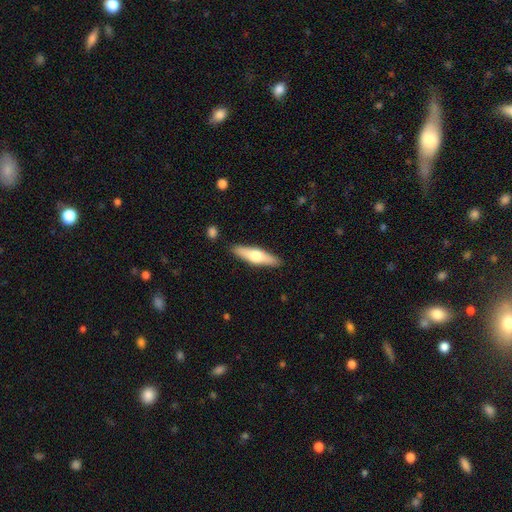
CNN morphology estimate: smooth_or_featured: smooth (p=0.48) [alt: featured or disk p=0.46]
merging: none (p=0.88) [alt: minor disturbance p=0.08]